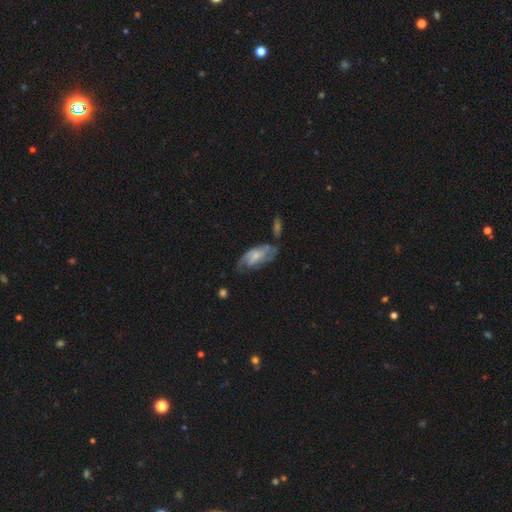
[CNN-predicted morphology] featured or disk 75%, smooth 19%, star or artifact 6%. Down the decision tree: edge-on disk — no (94%); bar — no (49%); spiral arms — yes (91%); spiral arm count — 2 (60%); spiral winding — medium (46%); bulge size — small (58%); merging — none (55%).